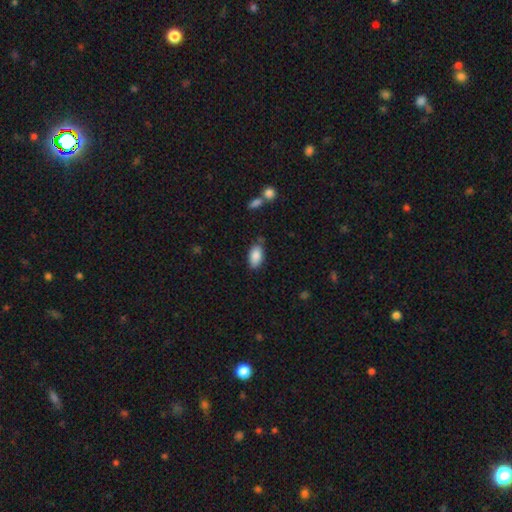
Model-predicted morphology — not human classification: type=smooth (88%); roundness=in between (94%); merging=none (78%).